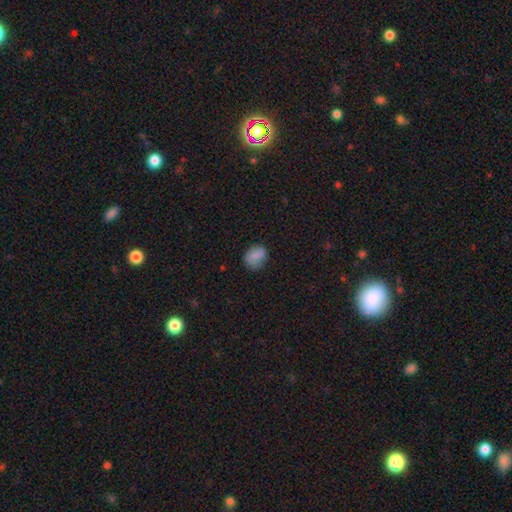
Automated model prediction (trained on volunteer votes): The model was most divided on "how rounded": in between: 52%, round: 47%, cigar-shaped: 2%. More confident: smooth or featured — smooth (80%); merging — none (68%).